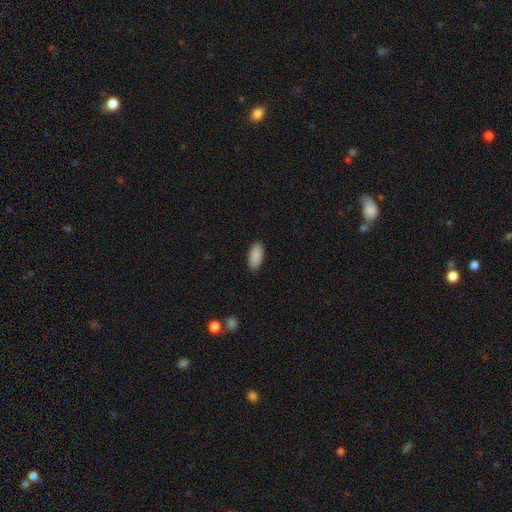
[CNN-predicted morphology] Overall: smooth (90%). How rounded: in between (89%). Merging: none (89%).